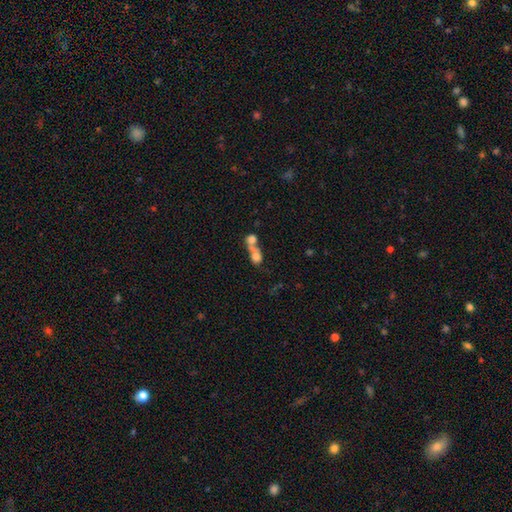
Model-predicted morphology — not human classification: This appears to be a smooth galaxy with no disk features (70%) that is round (52%). Merging: merger (72%).